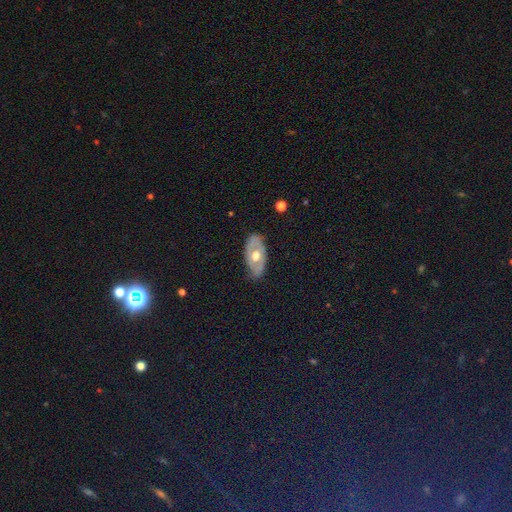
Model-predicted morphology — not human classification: Smooth or featured? featured or disk (59%)
Edge-on disk? no (83%)
Merging? none (77%)